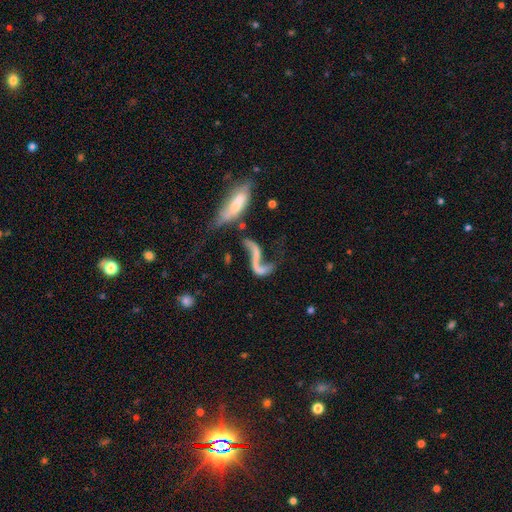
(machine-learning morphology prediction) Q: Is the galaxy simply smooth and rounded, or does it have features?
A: featured or disk — 76%.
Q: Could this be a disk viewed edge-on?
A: no — 91%.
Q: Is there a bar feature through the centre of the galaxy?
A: no — 52%.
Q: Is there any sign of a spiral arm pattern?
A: yes — 79%.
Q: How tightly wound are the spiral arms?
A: loose — 92%.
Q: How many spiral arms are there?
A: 2 — 77%.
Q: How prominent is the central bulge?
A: none — 57%.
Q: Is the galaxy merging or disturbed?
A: none — 35%.